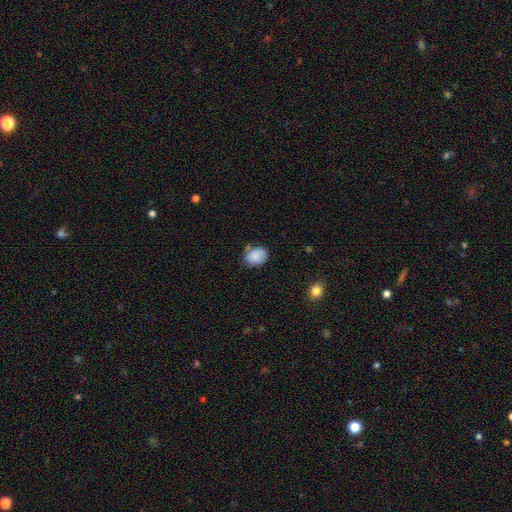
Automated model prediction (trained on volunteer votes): smooth 86%, star or artifact 8%, featured or disk 7%. Down the decision tree: how rounded — in between (58%); merging — none (66%).